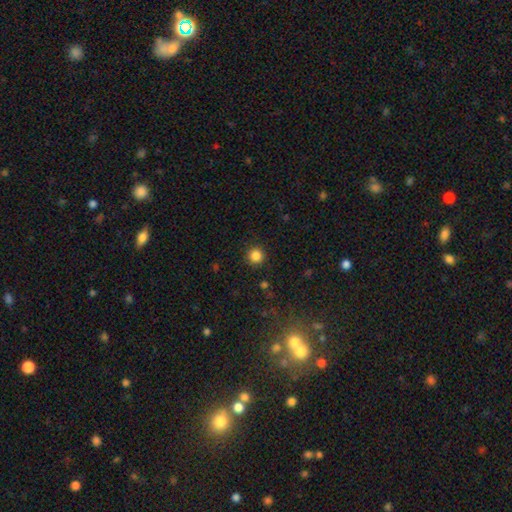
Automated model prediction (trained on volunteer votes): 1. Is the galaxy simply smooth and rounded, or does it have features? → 85% smooth, 12% star or artifact, 4% featured or disk.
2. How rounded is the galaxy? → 96% round, 4% in between, 1% cigar-shaped.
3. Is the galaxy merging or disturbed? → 92% none, 5% minor disturbance, 2% major disturbance, 1% merger.